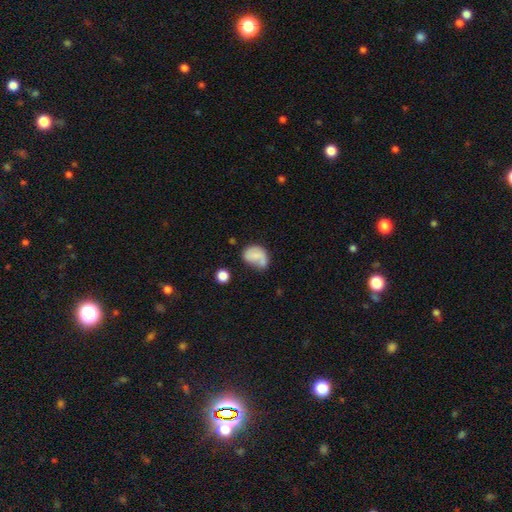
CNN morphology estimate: smooth_or_featured: smooth (p=0.63) [alt: featured or disk p=0.28]
how_rounded: in between (p=0.66) [alt: round p=0.33]
merging: none (p=0.38) [alt: minor disturbance p=0.30]